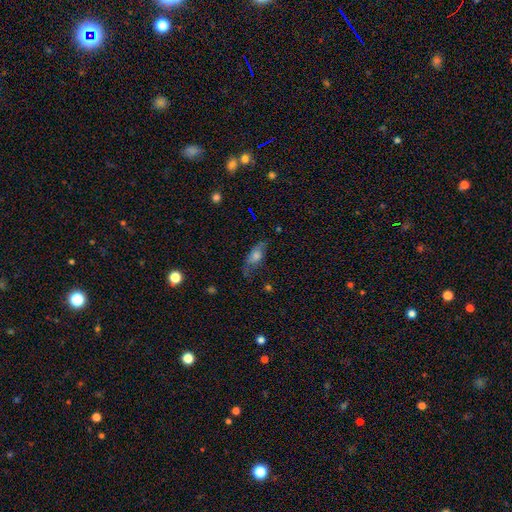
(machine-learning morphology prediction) This is possibly a smooth galaxy (53%). How rounded: likely in between (71%). Merging: possibly none (60%).